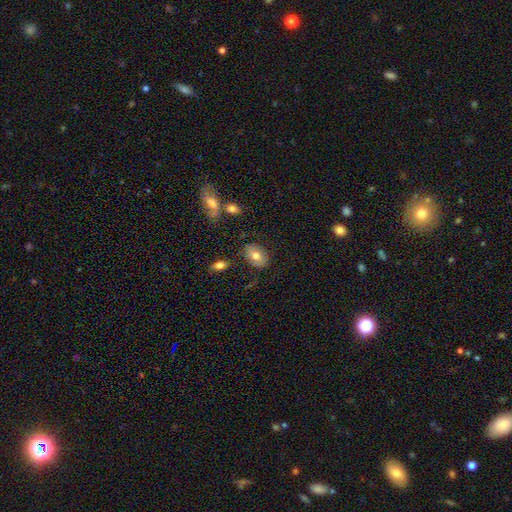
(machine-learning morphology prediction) Q: Smooth or featured?
A: smooth (69%); runner-up: featured or disk (23%)
Q: How rounded?
A: in between (76%); runner-up: round (22%)
Q: Merging?
A: none (81%); runner-up: minor disturbance (13%)